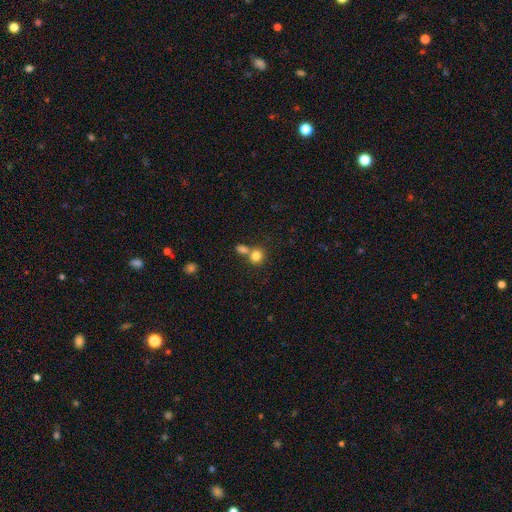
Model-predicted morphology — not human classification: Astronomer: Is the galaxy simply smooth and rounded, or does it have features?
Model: smooth — 81%.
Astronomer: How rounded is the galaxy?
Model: round — 84%.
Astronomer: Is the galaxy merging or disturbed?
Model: none — 50% (runner-up: merger, 38%).